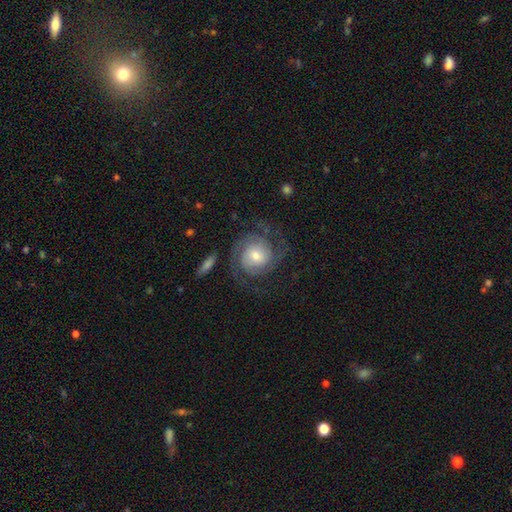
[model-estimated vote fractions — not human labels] This appears to be a featured or disk galaxy (83%) with no bar (67%), 2 (64%) tight (51%) spiral arms (96%) and a moderate central bulge (45%). Merging: none (73%).